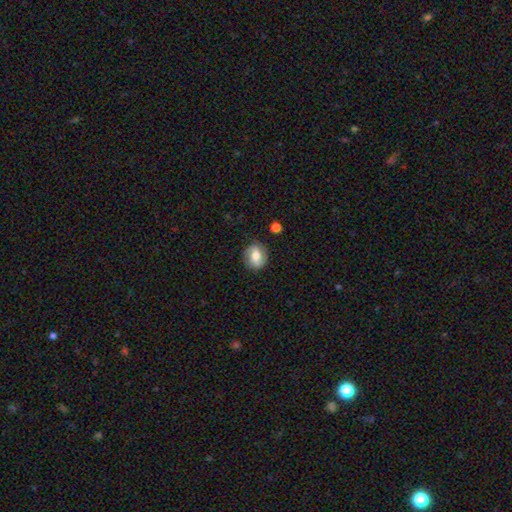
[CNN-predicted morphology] smooth_or_featured: smooth (p=0.47) [alt: featured or disk p=0.45]
merging: none (p=0.84) [alt: minor disturbance p=0.11]